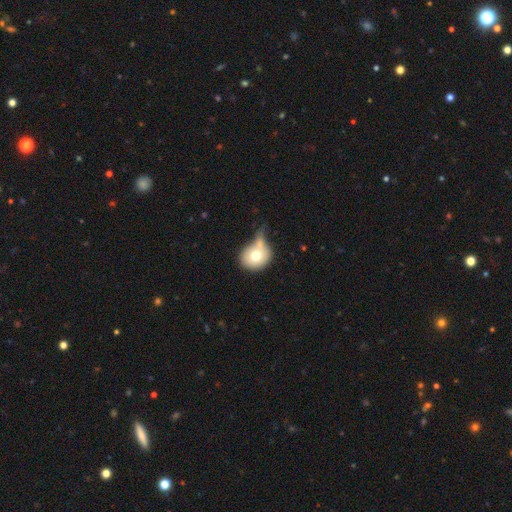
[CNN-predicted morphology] Smooth or featured: smooth — 71% (featured or disk — 20%)
How rounded: round — 72% (in between — 27%)
Merging: minor disturbance — 30% (none — 25%)